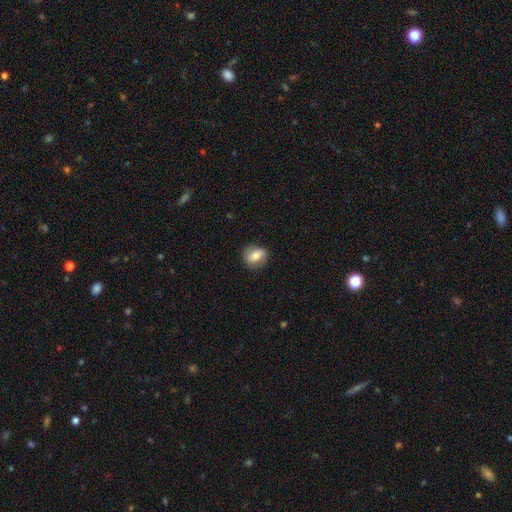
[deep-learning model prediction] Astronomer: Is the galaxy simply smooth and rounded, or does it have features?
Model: smooth — 59%.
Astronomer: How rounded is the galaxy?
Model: round — 54% (runner-up: in between, 44%).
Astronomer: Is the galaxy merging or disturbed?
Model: none — 78%.